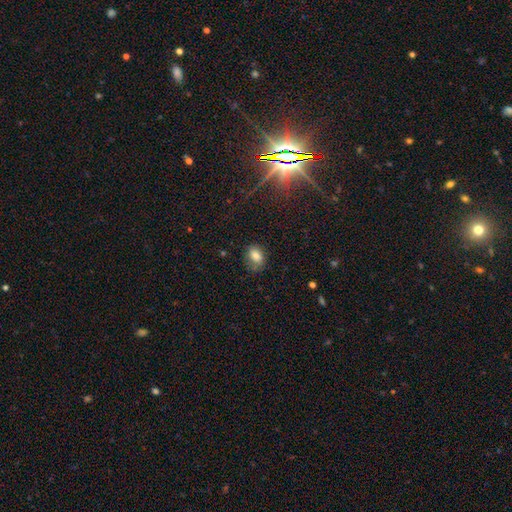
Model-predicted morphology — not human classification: Smooth or featured? smooth (79%)
How rounded? in between (73%)
Merging? none (72%)